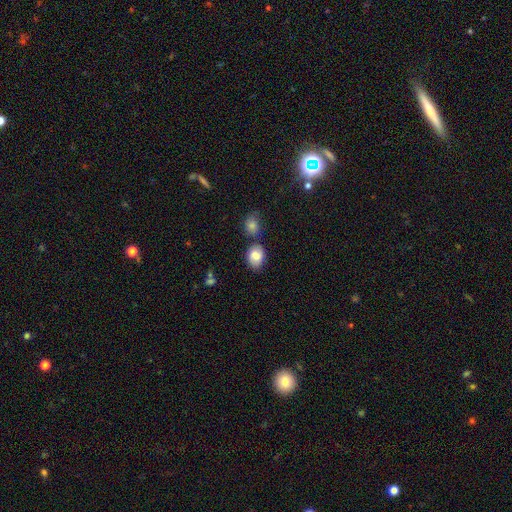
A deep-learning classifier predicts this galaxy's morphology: smooth_or_featured: smooth (p=0.82) [alt: featured or disk p=0.10]
how_rounded: in between (p=0.65) [alt: round p=0.34]
merging: none (p=0.65) [alt: minor disturbance p=0.17]